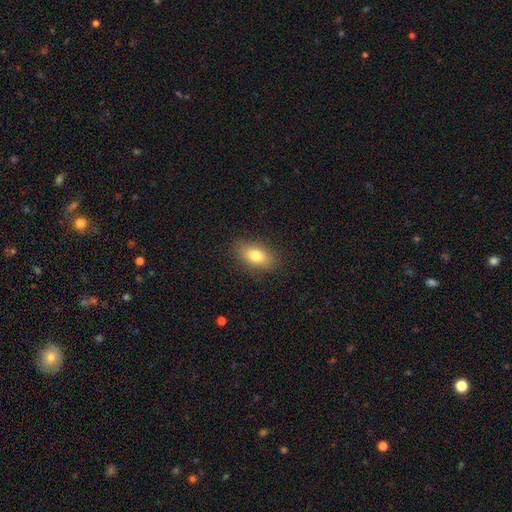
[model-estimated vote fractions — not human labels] Q: Smooth or featured?
A: smooth (78%); runner-up: featured or disk (13%)
Q: How rounded?
A: in between (87%); runner-up: round (7%)
Q: Merging?
A: none (86%); runner-up: minor disturbance (10%)